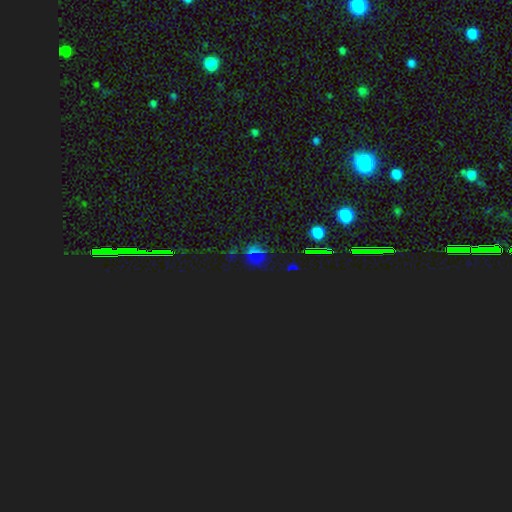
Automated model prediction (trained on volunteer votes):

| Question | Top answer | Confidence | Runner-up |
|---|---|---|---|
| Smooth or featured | star or artifact | 69% | smooth (23%) |